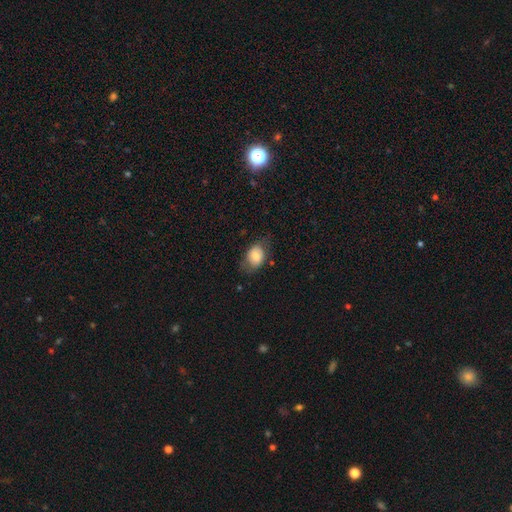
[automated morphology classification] Smooth or featured? Predicted: smooth (p=0.69). How rounded? Predicted: in between (p=0.68). Merging? Predicted: none (p=0.65).